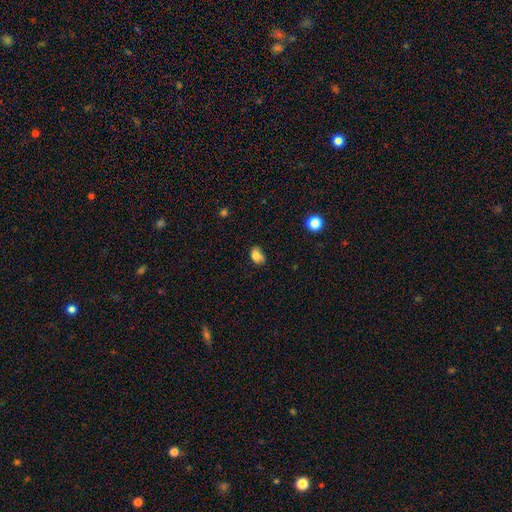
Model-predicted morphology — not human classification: type=smooth (75%); roundness=in between (78%); merging=none (55%).